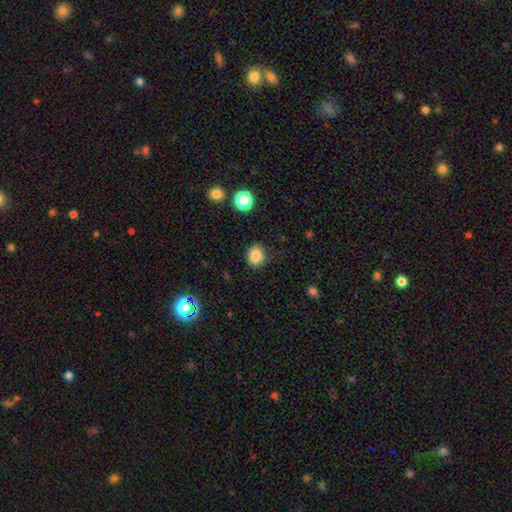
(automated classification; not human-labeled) This is clearly a smooth galaxy (84%). How rounded: likely round (67%). Merging: likely none (79%).